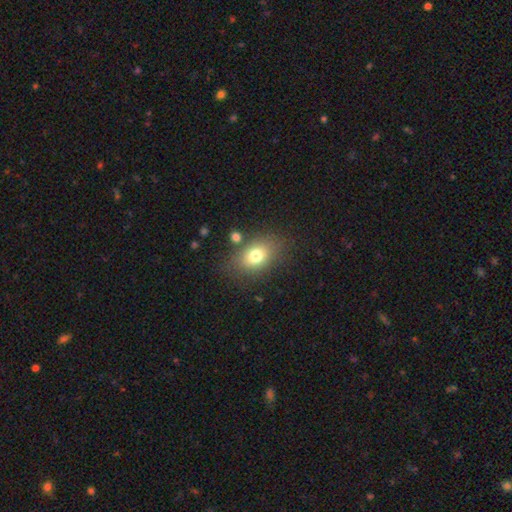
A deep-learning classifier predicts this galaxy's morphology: This appears to be a smooth galaxy with no disk features (75%) that is in between round and cigar-shaped (75%). Merging: none (75%).